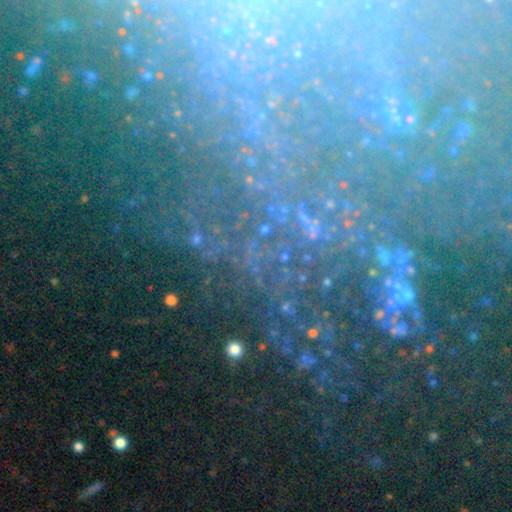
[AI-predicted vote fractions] Overall: star or artifact (60%; featured or disk 27%).